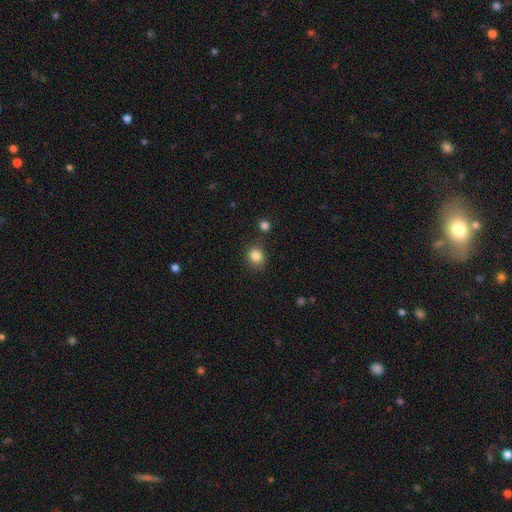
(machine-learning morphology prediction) smooth 84%, star or artifact 11%, featured or disk 5%. Down the decision tree: how rounded — round (71%); merging — none (81%).